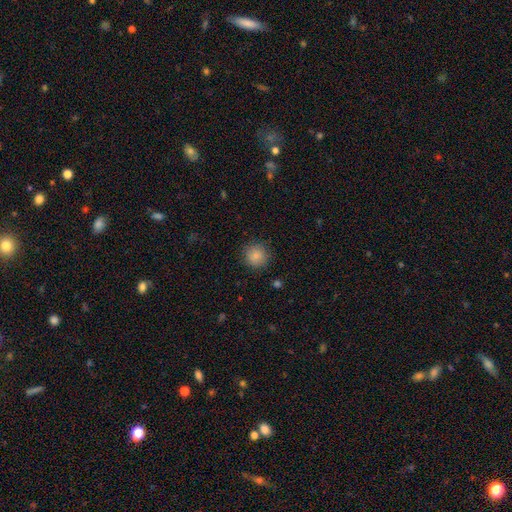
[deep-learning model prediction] Smooth or featured?
  - smooth: 86% *
  - star or artifact: 10%
  - featured or disk: 4%
How rounded?
  - round: 93% *
  - in between: 6%
  - cigar-shaped: 1%
Merging?
  - none: 87% *
  - minor disturbance: 9%
  - major disturbance: 3%
  - merger: 1%